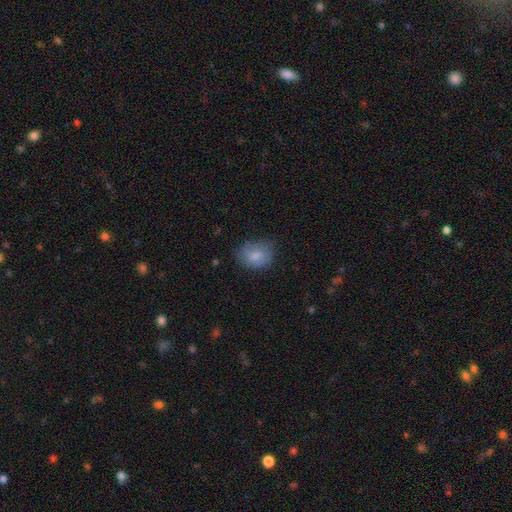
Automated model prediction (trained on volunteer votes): Q: Smooth or featured?
A: smooth (73%); runner-up: featured or disk (20%)
Q: How rounded?
A: in between (60%); runner-up: round (39%)
Q: Merging?
A: none (63%); runner-up: minor disturbance (27%)